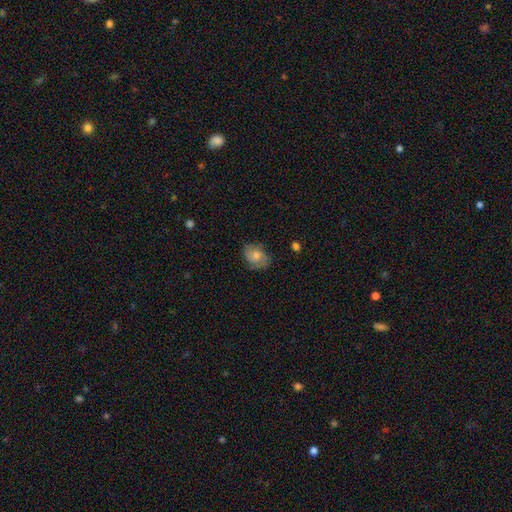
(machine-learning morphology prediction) Smooth or featured? Predicted: smooth (p=0.53). How rounded? Predicted: in between (p=0.57). Merging? Predicted: none (p=0.69).